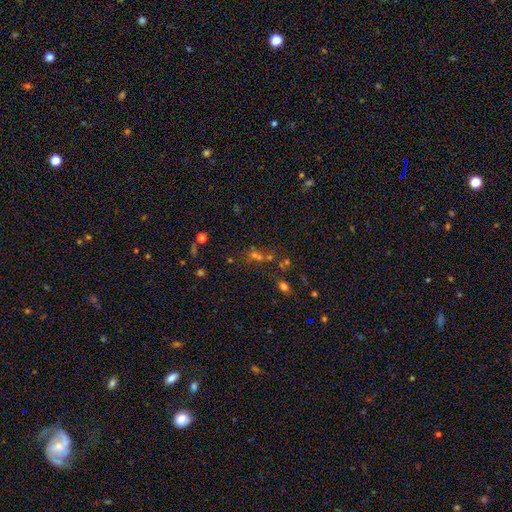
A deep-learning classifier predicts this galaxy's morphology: A star or artifact, not a galaxy (51%).